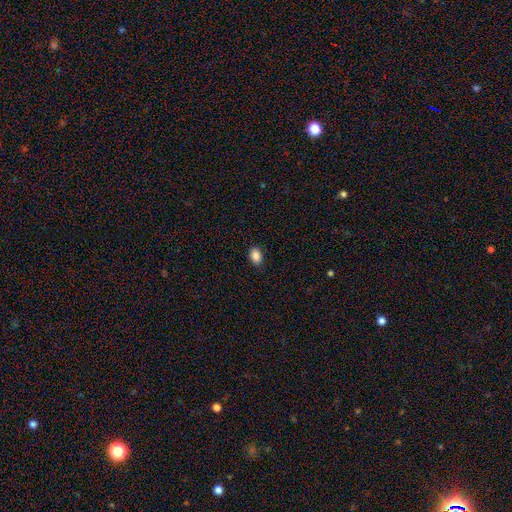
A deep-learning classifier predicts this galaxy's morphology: This appears to be a smooth galaxy with no disk features (88%) that is in between round and cigar-shaped (81%). Merging: none (89%).